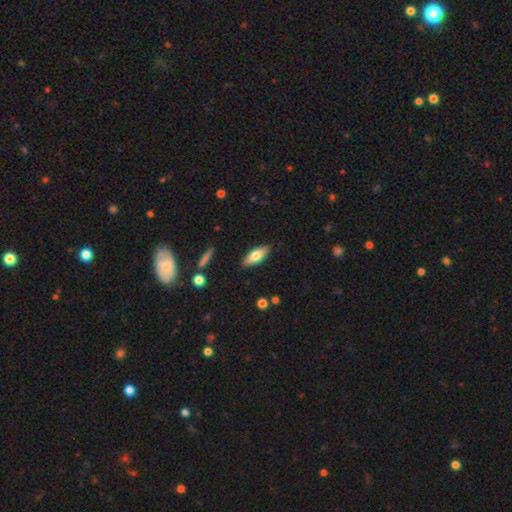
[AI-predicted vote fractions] Smooth or featured: smooth — 71% (featured or disk — 23%)
How rounded: in between — 71% (cigar-shaped — 27%)
Merging: none — 87% (minor disturbance — 9%)